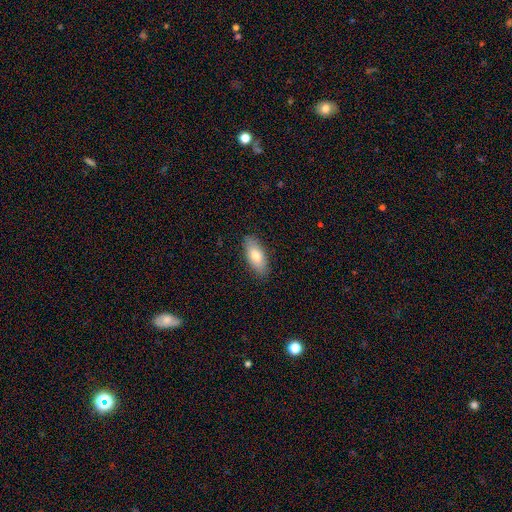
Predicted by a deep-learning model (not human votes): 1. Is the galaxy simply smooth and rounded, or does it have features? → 77% smooth, 16% featured or disk, 6% star or artifact.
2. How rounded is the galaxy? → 82% in between, 15% cigar-shaped, 2% round.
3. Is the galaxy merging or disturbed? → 87% none, 10% minor disturbance, 2% major disturbance, 1% merger.